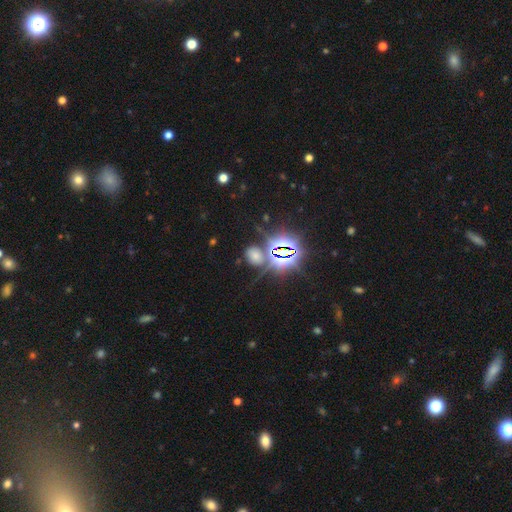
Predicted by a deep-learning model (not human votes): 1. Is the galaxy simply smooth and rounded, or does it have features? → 50% star or artifact, 40% smooth, 10% featured or disk.